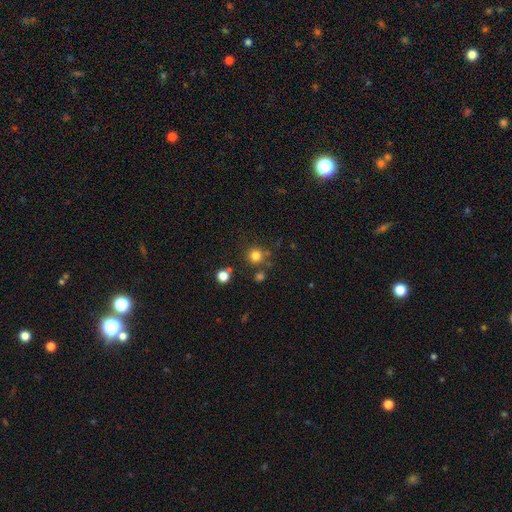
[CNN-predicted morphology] smooth 79%, star or artifact 16%, featured or disk 6%. Down the decision tree: how rounded — round (94%); merging — none (79%).